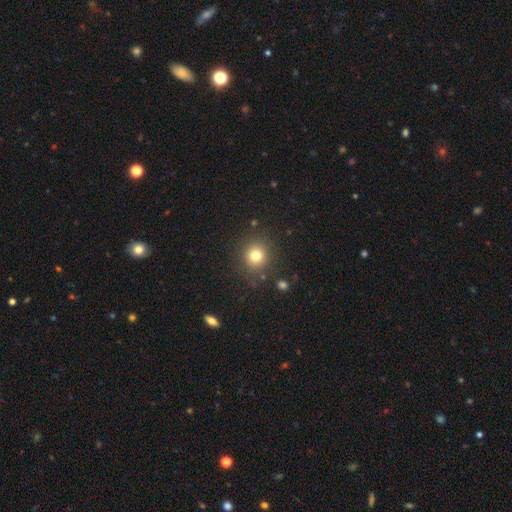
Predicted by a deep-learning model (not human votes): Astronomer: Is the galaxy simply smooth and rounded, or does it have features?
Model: smooth — 80%.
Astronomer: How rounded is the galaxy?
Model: round — 91%.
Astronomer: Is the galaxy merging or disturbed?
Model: none — 87%.